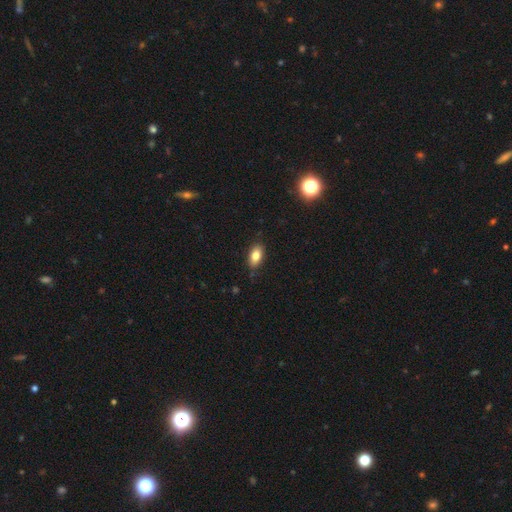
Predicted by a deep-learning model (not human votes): The model was most divided on "smooth or featured": smooth: 81%, featured or disk: 11%, star or artifact: 8%. More confident: how rounded — in between (90%); merging — none (84%).